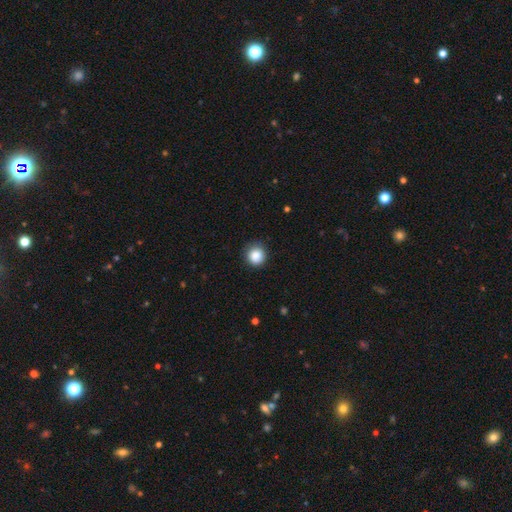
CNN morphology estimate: type=smooth (87%); roundness=round (93%); merging=none (86%).